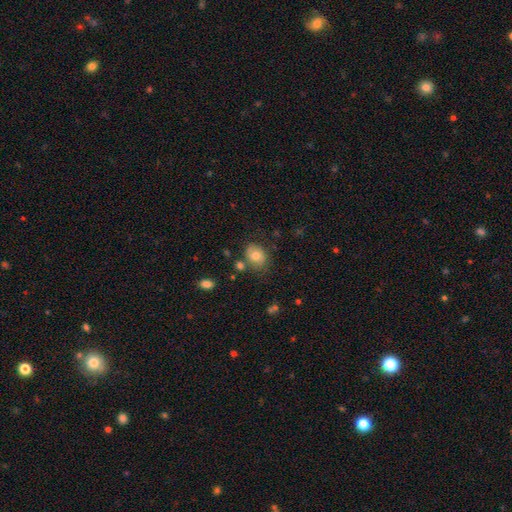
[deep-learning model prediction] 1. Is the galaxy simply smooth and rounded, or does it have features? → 72% smooth, 18% featured or disk, 10% star or artifact.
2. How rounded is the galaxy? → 52% in between, 47% round, 1% cigar-shaped.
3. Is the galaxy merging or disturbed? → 67% none, 20% minor disturbance, 7% merger, 6% major disturbance.